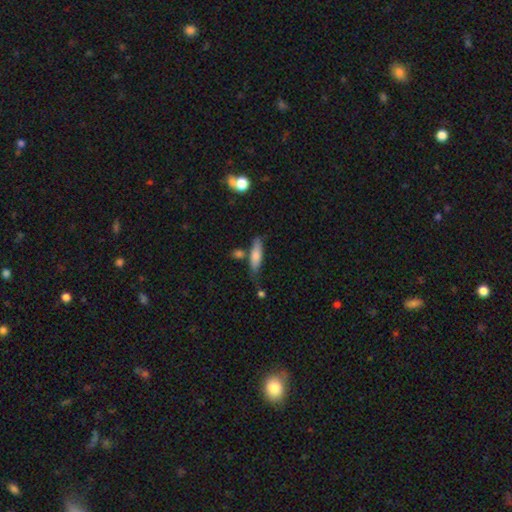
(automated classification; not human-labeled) Morphology: type=smooth (75%); roundness=cigar-shaped (60%); merging=none (62%).